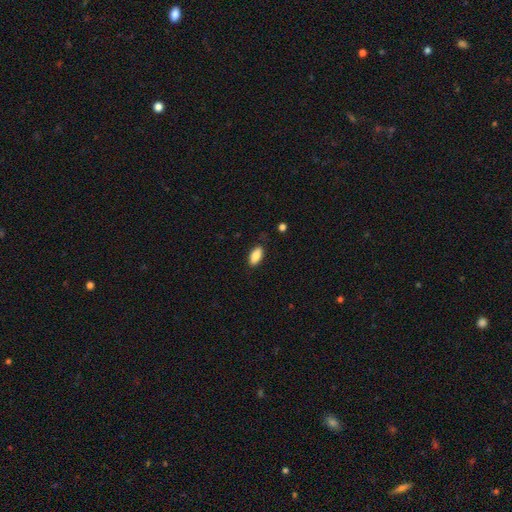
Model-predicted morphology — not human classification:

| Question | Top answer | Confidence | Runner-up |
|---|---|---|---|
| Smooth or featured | smooth | 86% | featured or disk (7%) |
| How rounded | in between | 90% | cigar-shaped (7%) |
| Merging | none | 84% | minor disturbance (12%) |